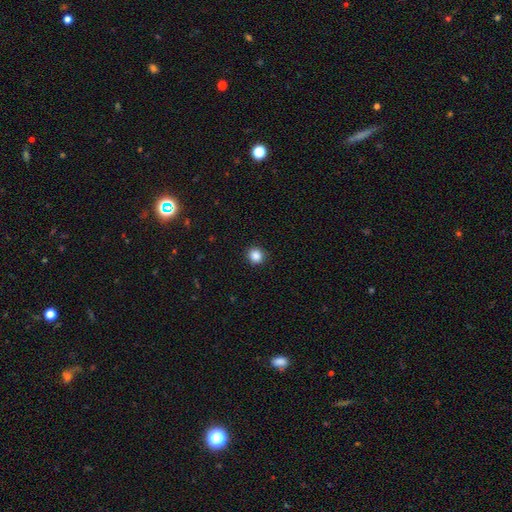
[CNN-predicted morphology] type=smooth (87%); roundness=round (92%); merging=none (92%).